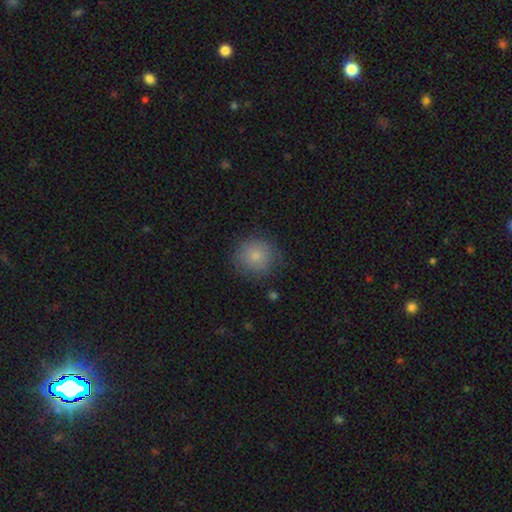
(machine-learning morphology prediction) smooth_or_featured: smooth (p=0.82) [alt: featured or disk p=0.09]
how_rounded: round (p=0.91) [alt: in between p=0.08]
merging: none (p=0.80) [alt: minor disturbance p=0.15]